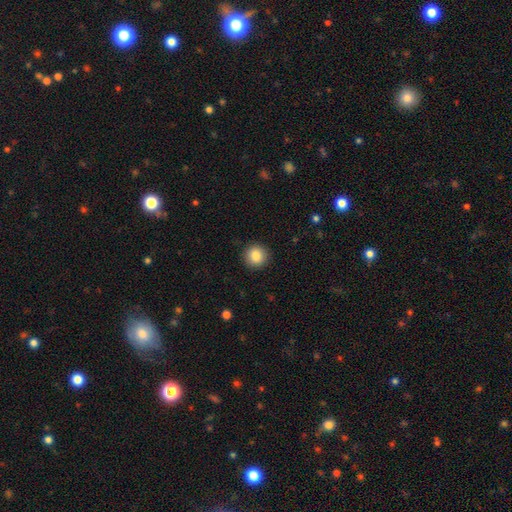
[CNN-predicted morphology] A smooth galaxy with no disk features (85%) that is round (94%). Merging: none (92%).